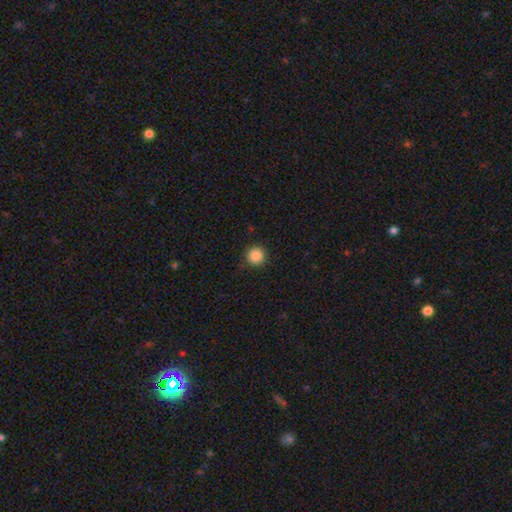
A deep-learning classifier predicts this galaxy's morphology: A smooth galaxy with no disk features (87%) that is round (95%). Merging: none (91%).